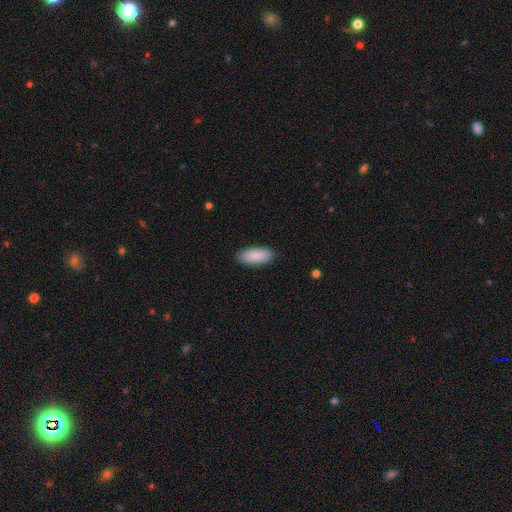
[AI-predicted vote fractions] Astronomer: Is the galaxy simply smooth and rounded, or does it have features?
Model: smooth — 90%.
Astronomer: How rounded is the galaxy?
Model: in between — 84%.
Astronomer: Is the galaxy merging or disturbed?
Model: none — 89%.